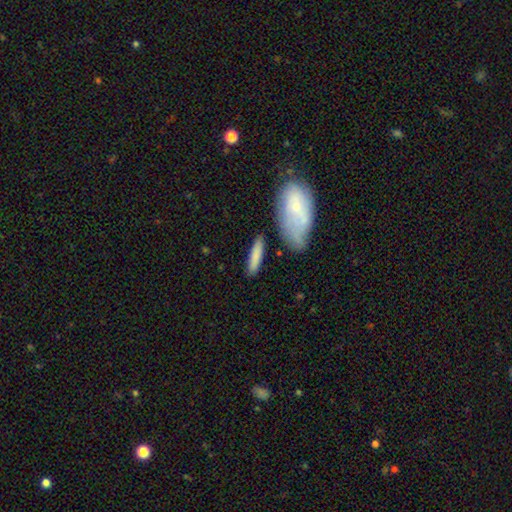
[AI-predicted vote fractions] Overall: smooth (81%). How rounded: cigar-shaped (74%). Merging: none (78%).